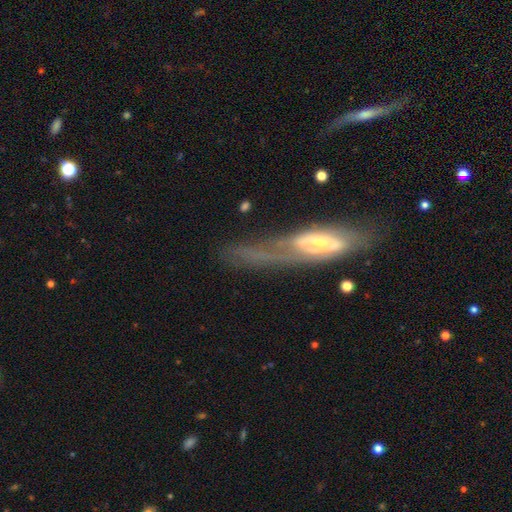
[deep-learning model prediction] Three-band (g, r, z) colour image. It shows a featured or disk galaxy (63%). Merging: none (35%).